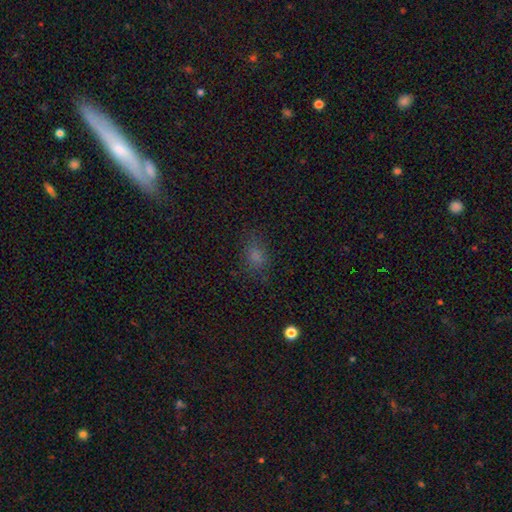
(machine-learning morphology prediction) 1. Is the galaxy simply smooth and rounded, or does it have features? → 75% smooth, 18% star or artifact, 7% featured or disk.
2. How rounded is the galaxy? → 65% in between, 33% round, 2% cigar-shaped.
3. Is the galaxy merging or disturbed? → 75% none, 17% minor disturbance, 6% major disturbance, 2% merger.